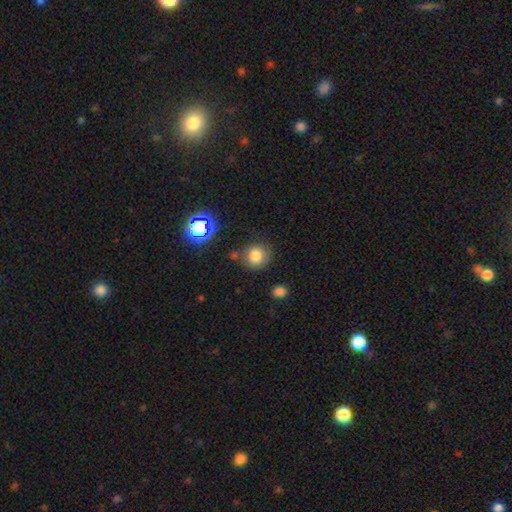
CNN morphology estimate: Smooth or featured?
  - smooth: 80% *
  - star or artifact: 14%
  - featured or disk: 6%
How rounded?
  - round: 88% *
  - in between: 11%
  - cigar-shaped: 1%
Merging?
  - none: 79% *
  - minor disturbance: 12%
  - merger: 6%
  - major disturbance: 4%